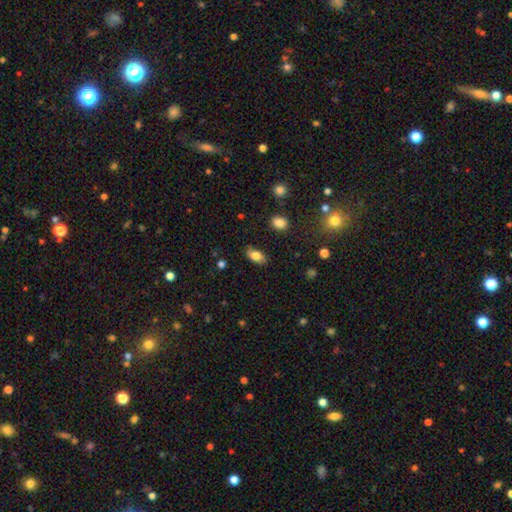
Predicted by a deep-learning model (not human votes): smooth-or-featured: smooth: 81% | featured or disk: 11% | star or artifact: 8%
  how-rounded: in between: 90% | round: 7% | cigar-shaped: 4%
  merging: none: 79% | minor disturbance: 16% | major disturbance: 3% | merger: 2%